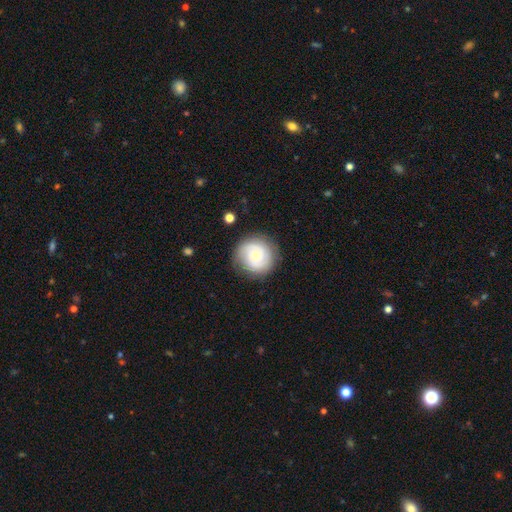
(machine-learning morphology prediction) Smooth or featured? featured or disk (54%)
Edge-on disk? no (97%)
Bar? no (77%)
Spiral arms? yes (77%)
Bulge size? small (49%)
Merging? none (82%)